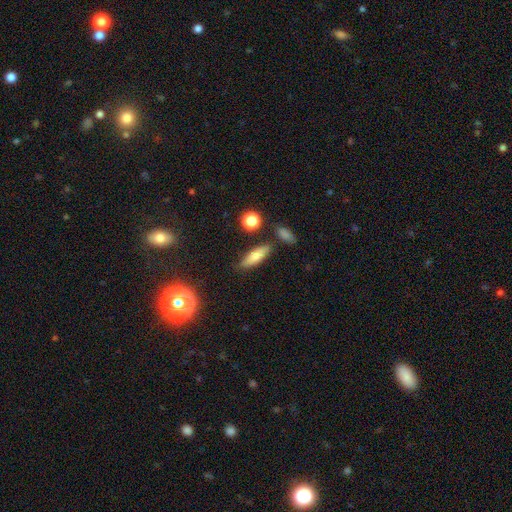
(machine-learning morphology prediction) Smooth or featured? smooth (71%)
How rounded? cigar-shaped (48%, tied with in between)
Merging? none (80%)